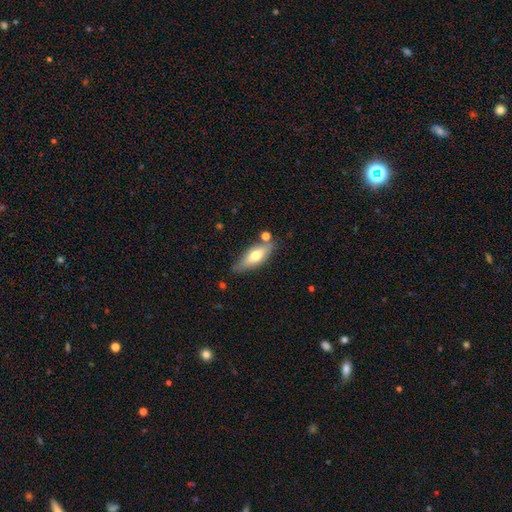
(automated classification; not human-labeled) Smooth or featured? Predicted: smooth (p=0.52). How rounded? Predicted: in between (p=0.57). Merging? Predicted: none (p=0.71).